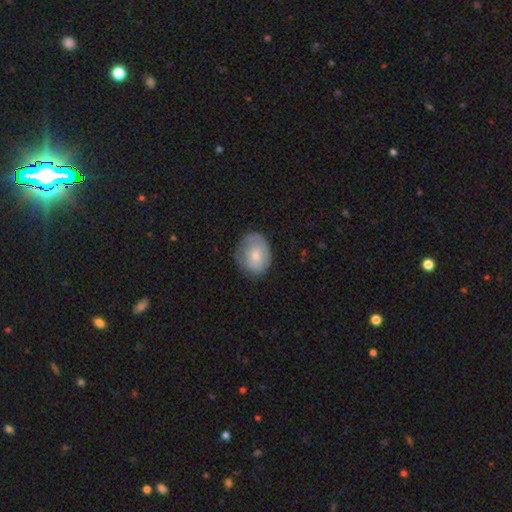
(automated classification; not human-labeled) This appears to be a smooth galaxy with no disk features (60%) that is in between round and cigar-shaped (51%). Merging: none (66%).